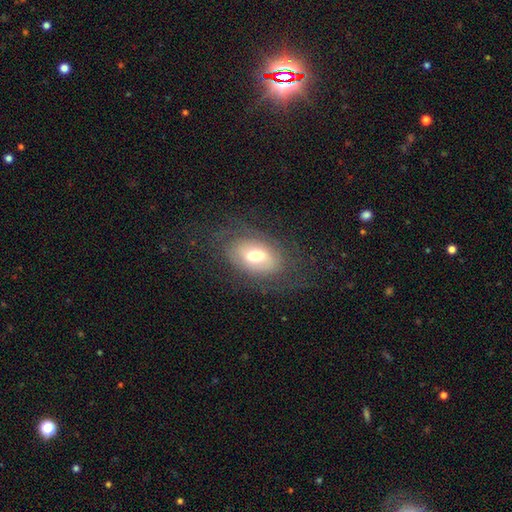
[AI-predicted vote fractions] The model was most divided on "smooth or featured": featured or disk: 51%, smooth: 40%, star or artifact: 10%. More confident: edge-on disk — no (91%); merging — none (68%).